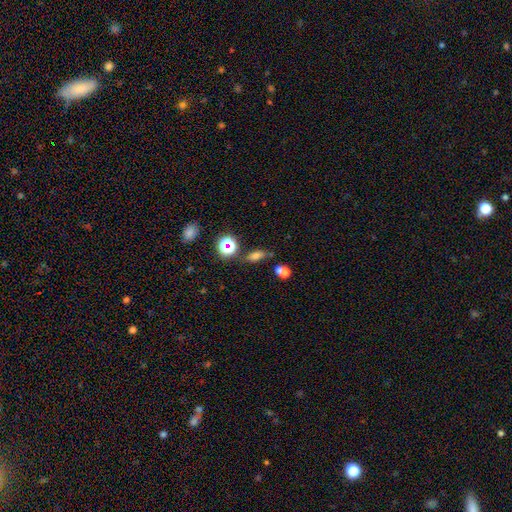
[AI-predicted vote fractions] smooth 64%, star or artifact 23%, featured or disk 13%. Down the decision tree: how rounded — in between (70%); merging — none (65%).